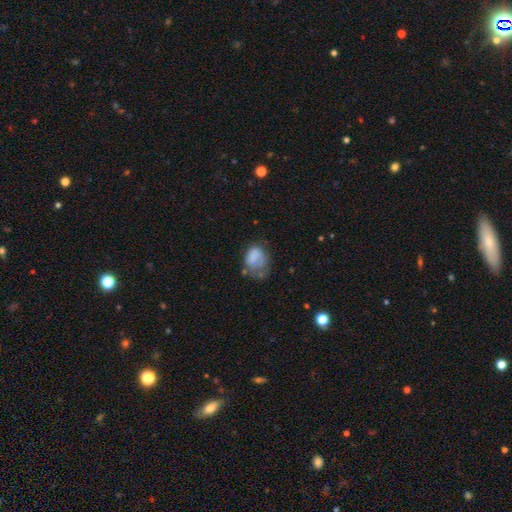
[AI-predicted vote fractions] A smooth galaxy with no disk features (67%) that is in between round and cigar-shaped (62%).

Vote fractions:
- Smooth or featured? smooth: 67% / featured or disk: 23% / star or artifact: 10%
- How rounded? in between: 62% / round: 37% / cigar-shaped: 1%
- Merging? major disturbance: 32% / none: 31% / minor disturbance: 30% / merger: 6%